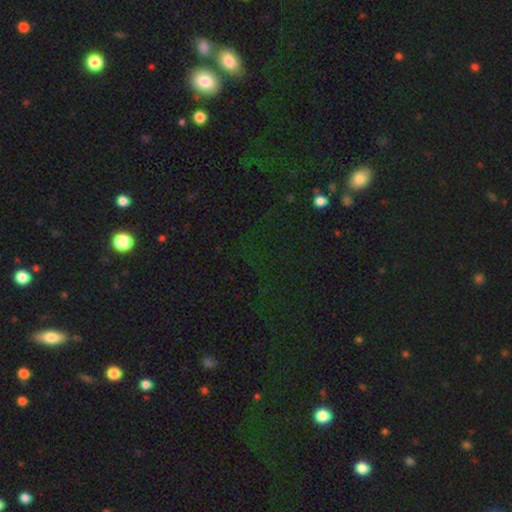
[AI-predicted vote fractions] Overall: star or artifact (65%).